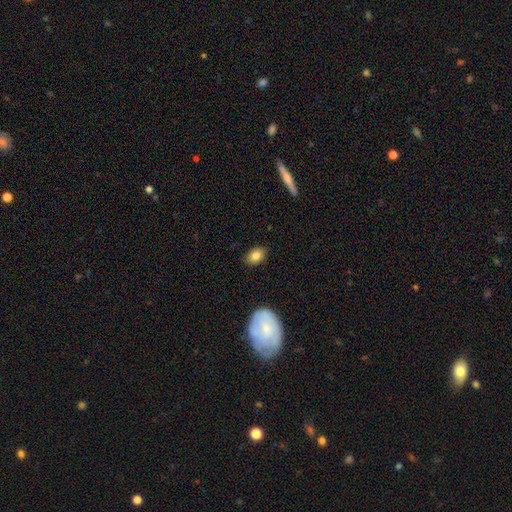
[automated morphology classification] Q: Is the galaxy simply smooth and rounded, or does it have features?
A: smooth — 83%.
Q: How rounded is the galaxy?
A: in between — 80%.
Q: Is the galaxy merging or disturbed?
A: none — 85%.